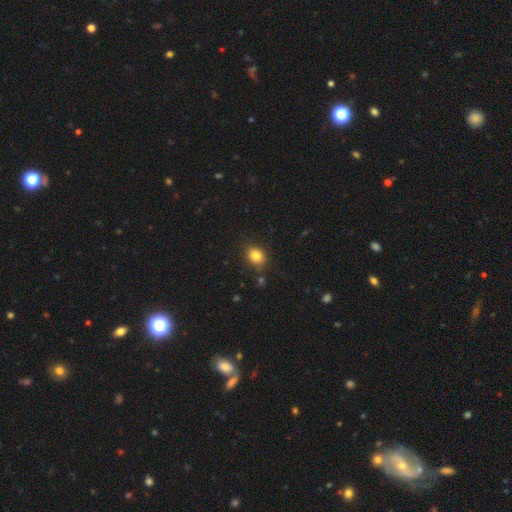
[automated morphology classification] This is clearly a smooth galaxy (83%). How rounded: possibly in between (55%). Merging: clearly none (81%).